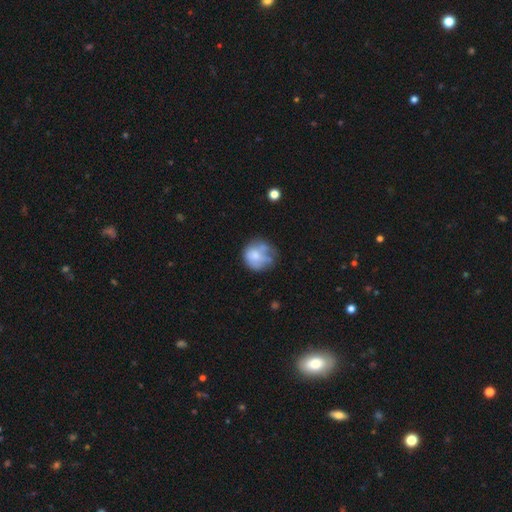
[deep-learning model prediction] Overall: smooth (60%; featured or disk 31%). How rounded: round (80%). Merging: none (43%; minor disturbance 28%).